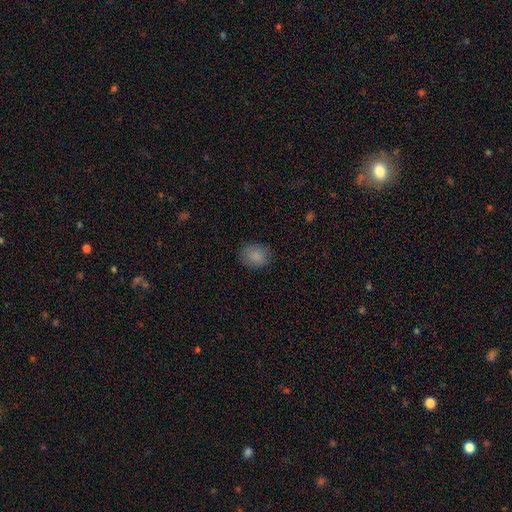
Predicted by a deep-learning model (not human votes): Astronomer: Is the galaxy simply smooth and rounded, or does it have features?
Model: smooth — 86%.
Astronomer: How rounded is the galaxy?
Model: in between — 50% (runner-up: round, 49%).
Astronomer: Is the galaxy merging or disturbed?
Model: none — 84%.